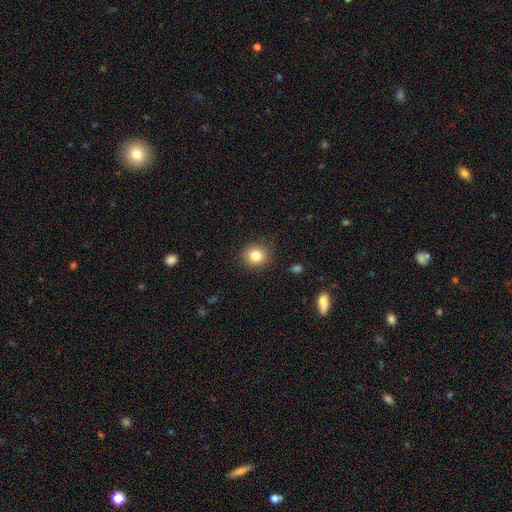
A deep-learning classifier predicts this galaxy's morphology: Q: Smooth or featured?
A: smooth (83%); runner-up: star or artifact (11%)
Q: How rounded?
A: round (89%); runner-up: in between (11%)
Q: Merging?
A: none (88%); runner-up: minor disturbance (8%)